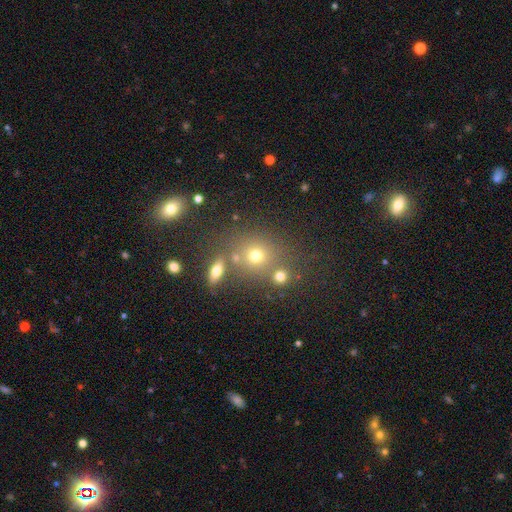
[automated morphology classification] The model was most divided on "merging": none: 64%, merger: 20%, minor disturbance: 11%, major disturbance: 5%. More confident: how rounded — round (79%); smooth or featured — smooth (68%).